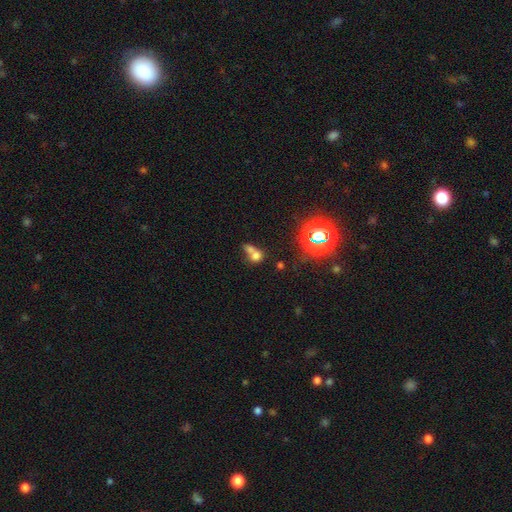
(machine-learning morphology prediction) Smooth or featured? Predicted: smooth (p=0.65). How rounded? Predicted: round (p=0.59). Merging? Predicted: merger (p=0.62).